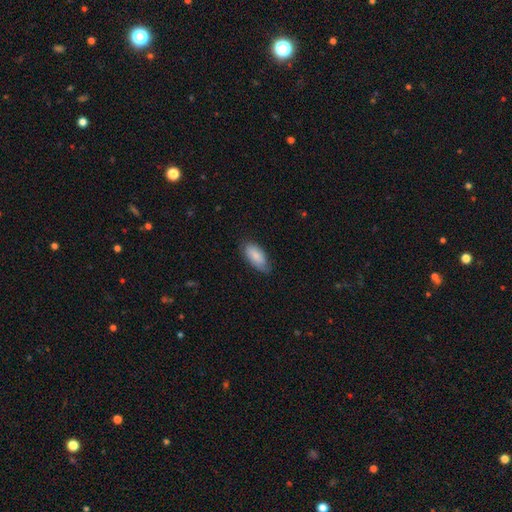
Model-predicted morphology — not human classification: Smooth or featured? Predicted: smooth (p=0.83). How rounded? Predicted: in between (p=0.91). Merging? Predicted: none (p=0.73).